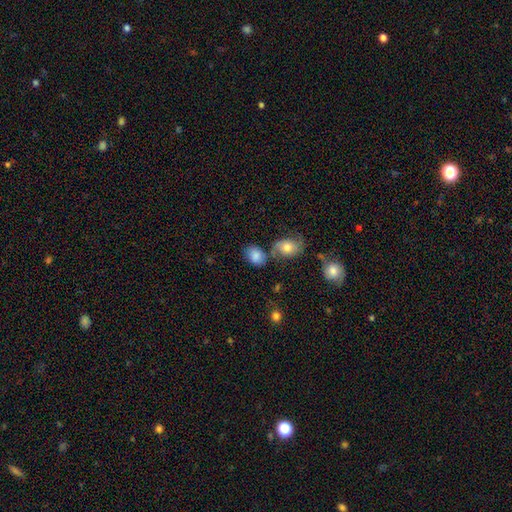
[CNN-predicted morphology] smooth 83%, star or artifact 9%, featured or disk 8%. Down the decision tree: how rounded — in between (66%); merging — none (57%).